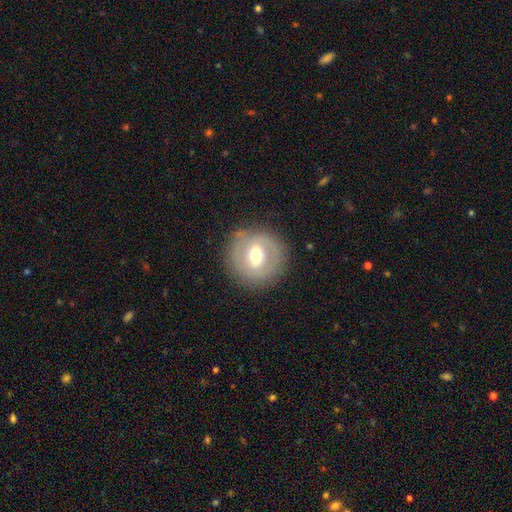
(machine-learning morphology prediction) Smooth or featured: featured or disk — 50% (smooth — 42%)
Merging: none — 85% (minor disturbance — 10%)